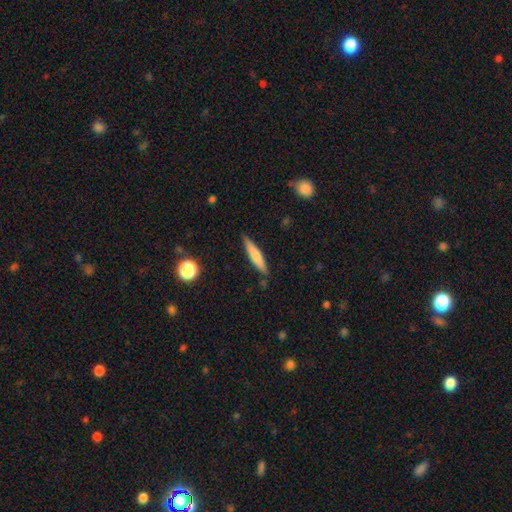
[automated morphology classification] Q: Smooth or featured?
A: smooth (66%); runner-up: featured or disk (28%)
Q: How rounded?
A: cigar-shaped (88%); runner-up: in between (10%)
Q: Merging?
A: none (85%); runner-up: minor disturbance (11%)